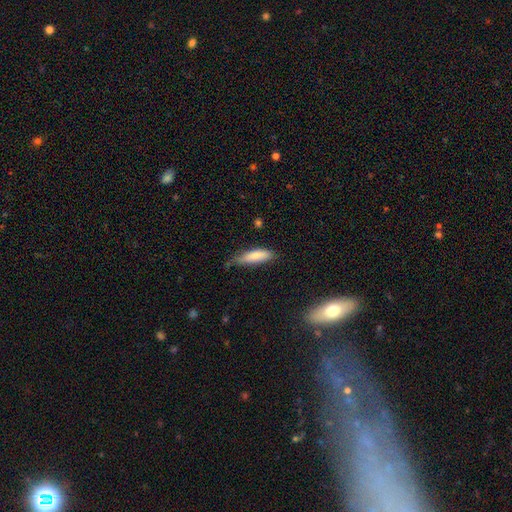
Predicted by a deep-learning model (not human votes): Smooth or featured? Predicted: smooth (p=0.81). How rounded? Predicted: cigar-shaped (p=0.59). Merging? Predicted: none (p=0.54).